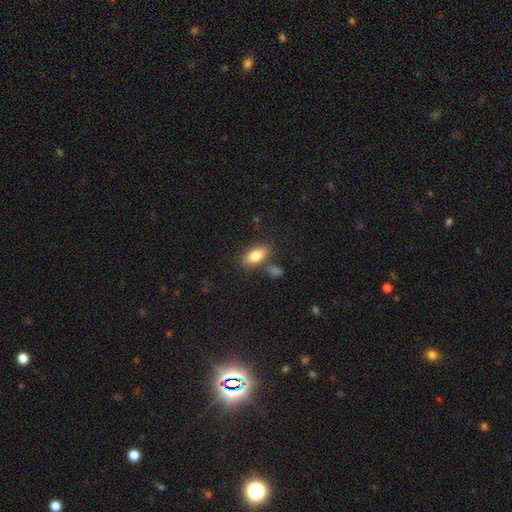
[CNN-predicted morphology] Smooth or featured? smooth (81%)
How rounded? in between (88%)
Merging? none (74%)